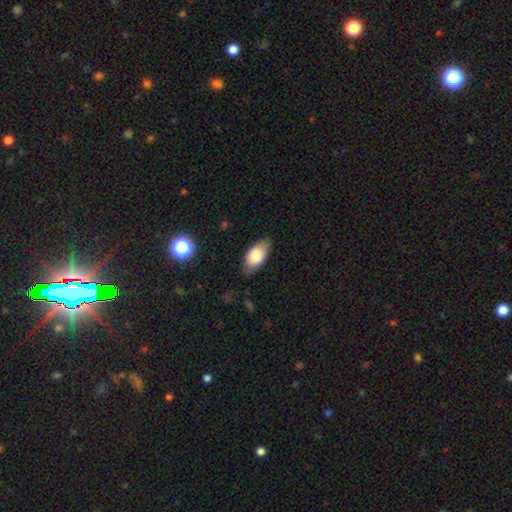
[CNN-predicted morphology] Smooth or featured: smooth — 83% (featured or disk — 10%)
How rounded: in between — 92% (cigar-shaped — 4%)
Merging: none — 76% (minor disturbance — 18%)